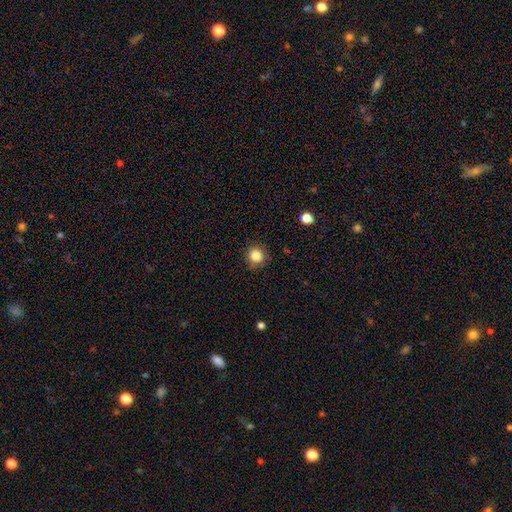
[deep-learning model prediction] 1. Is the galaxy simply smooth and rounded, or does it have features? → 84% smooth, 11% star or artifact, 5% featured or disk.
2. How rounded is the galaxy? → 91% round, 8% in between, 1% cigar-shaped.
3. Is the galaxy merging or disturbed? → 87% none, 9% minor disturbance, 2% major disturbance, 1% merger.